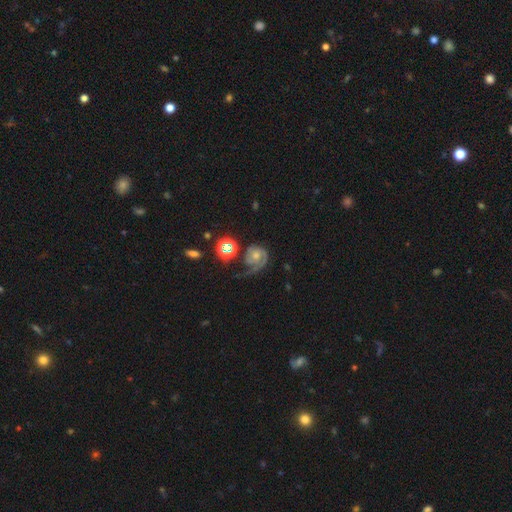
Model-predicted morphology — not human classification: A featured or disk galaxy (72%) with no bar (76%), 1 (68%) tight (43%) spiral arms (91%) and a moderate central bulge (45%). Merging: none (38%).